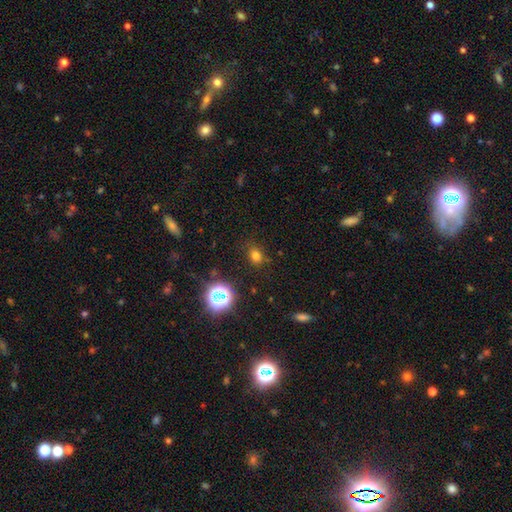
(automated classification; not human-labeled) smooth-or-featured: smooth: 72% | star or artifact: 21% | featured or disk: 7%
  how-rounded: in between: 50% | round: 49% | cigar-shaped: 1%
  merging: none: 79% | minor disturbance: 14% | major disturbance: 4% | merger: 3%